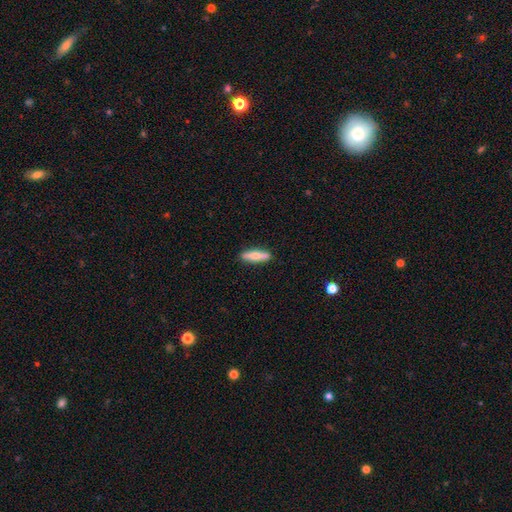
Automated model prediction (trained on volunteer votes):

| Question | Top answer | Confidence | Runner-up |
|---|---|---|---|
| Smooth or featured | smooth | 69% | featured or disk (25%) |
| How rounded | cigar-shaped | 71% | in between (27%) |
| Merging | none | 86% | minor disturbance (10%) |